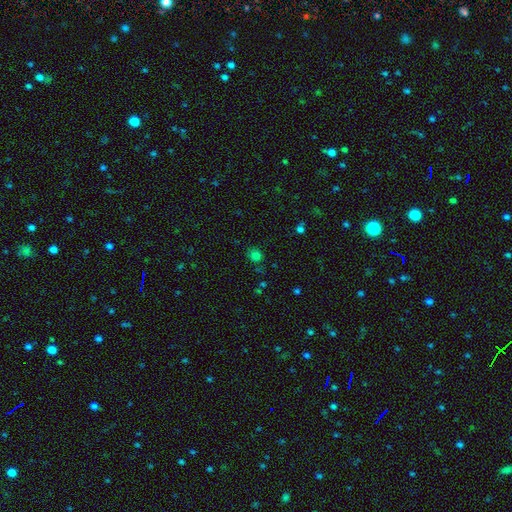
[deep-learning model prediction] smooth_or_featured: smooth (p=0.71) [alt: star or artifact p=0.24]
how_rounded: round (p=0.78) [alt: in between p=0.21]
merging: none (p=0.78) [alt: minor disturbance p=0.14]